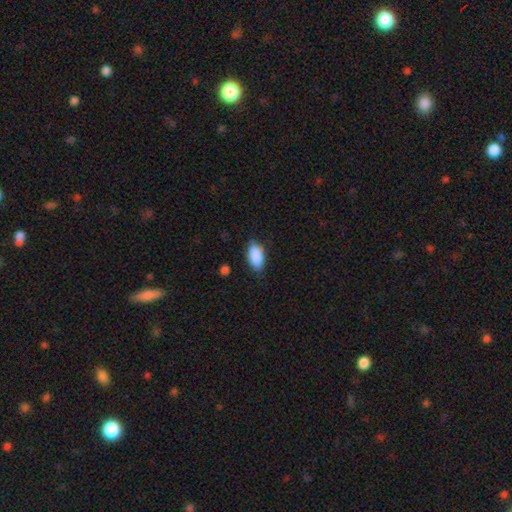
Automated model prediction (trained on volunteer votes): Smooth or featured? Predicted: smooth (p=0.89). How rounded? Predicted: in between (p=0.92). Merging? Predicted: none (p=0.78).